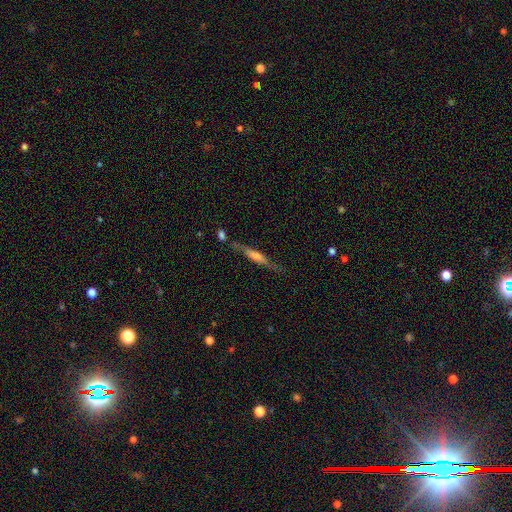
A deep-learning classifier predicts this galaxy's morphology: This appears to be a featured or disk galaxy (63%) viewed edge-on (90%) with a boxy central bulge (40%). Merging: none (72%).